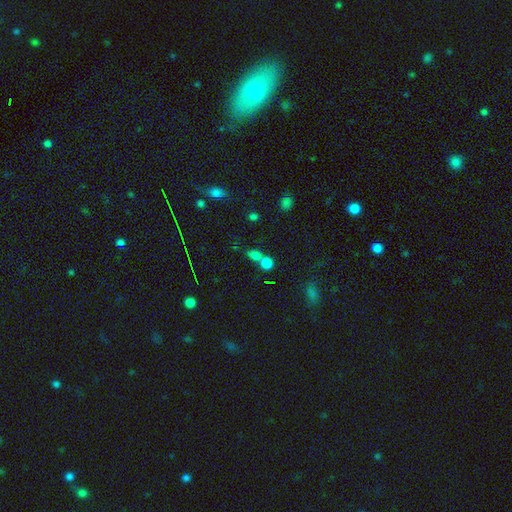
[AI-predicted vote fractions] smooth_or_featured: smooth (p=0.73) [alt: star or artifact p=0.18]
how_rounded: round (p=0.58) [alt: in between p=0.39]
merging: merger (p=0.47) [alt: none p=0.41]